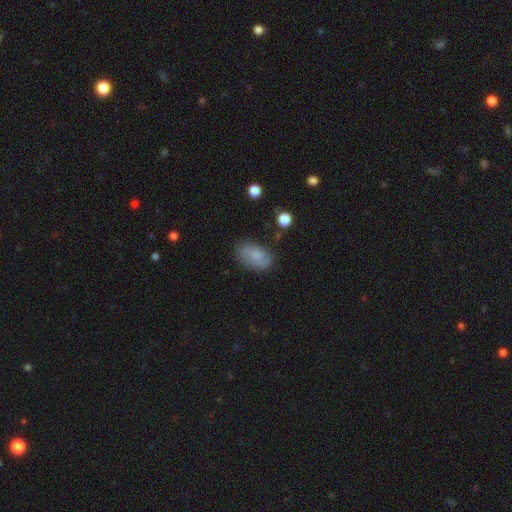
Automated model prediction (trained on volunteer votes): Smooth or featured? Predicted: smooth (p=0.73). How rounded? Predicted: in between (p=0.89). Merging? Predicted: none (p=0.72).